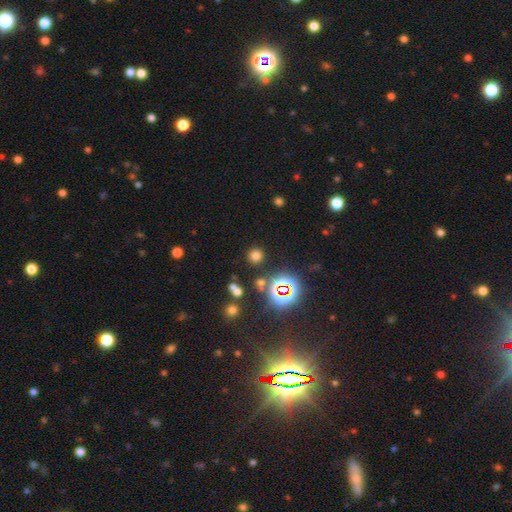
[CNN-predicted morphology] Smooth or featured? Predicted: smooth (p=0.66). How rounded? Predicted: round (p=0.92). Merging? Predicted: none (p=0.86).